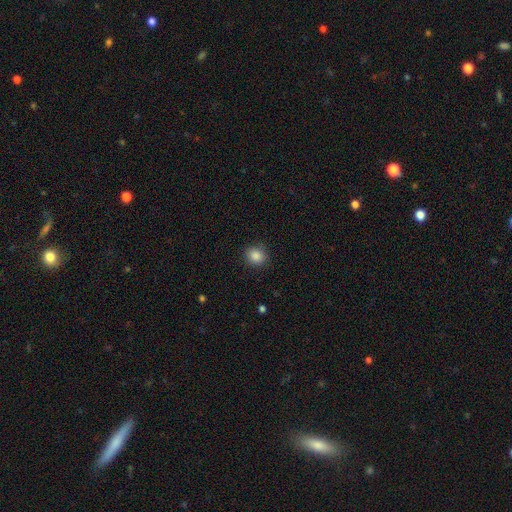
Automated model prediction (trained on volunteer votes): This appears to be a smooth galaxy with no disk features (86%) that is round (79%). Merging: none (88%).